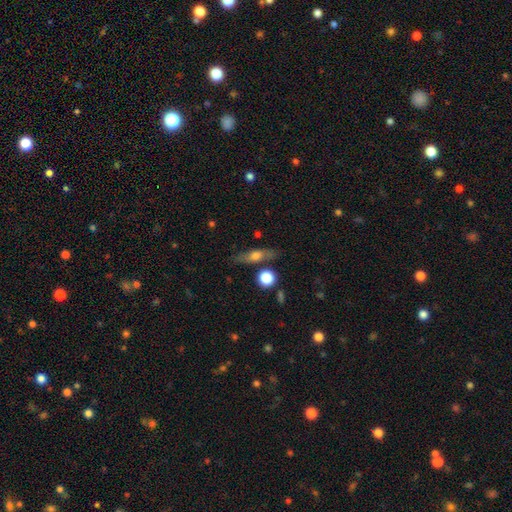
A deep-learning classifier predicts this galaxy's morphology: The model was most divided on "smooth or featured": smooth: 48%, featured or disk: 43%, star or artifact: 9%. More confident: merging — none (77%).